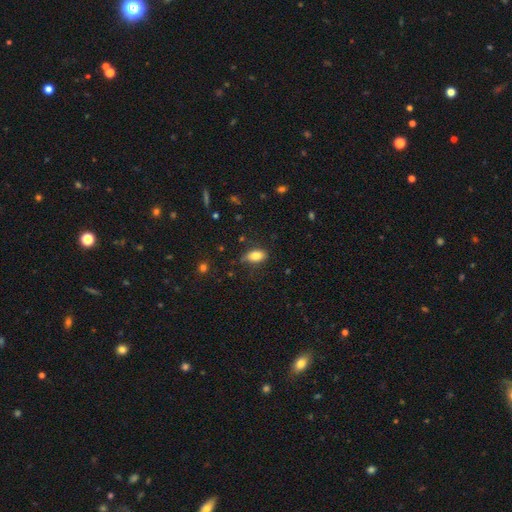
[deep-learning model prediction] This appears to be a smooth galaxy with no disk features (82%) that is in between round and cigar-shaped (88%). Merging: none (71%).